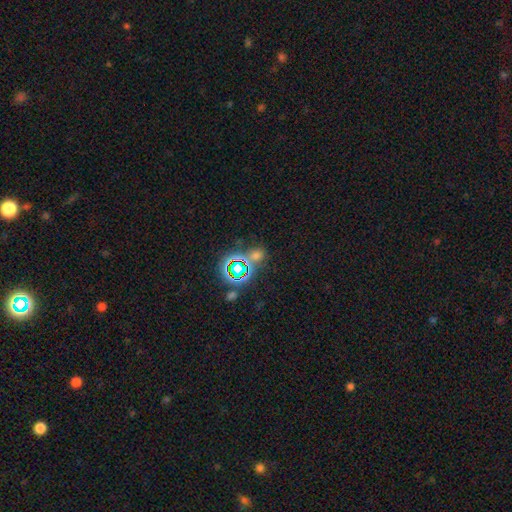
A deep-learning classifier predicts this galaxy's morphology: Q: Smooth or featured?
A: star or artifact (52%); runner-up: smooth (40%)